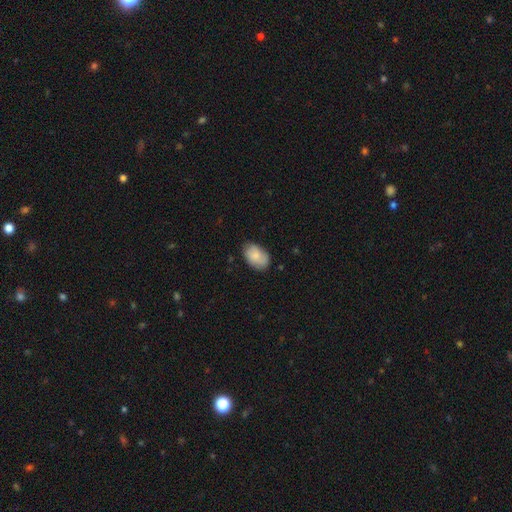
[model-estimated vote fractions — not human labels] Q: Smooth or featured?
A: smooth (78%); runner-up: featured or disk (16%)
Q: How rounded?
A: in between (89%); runner-up: round (10%)
Q: Merging?
A: none (72%); runner-up: minor disturbance (22%)